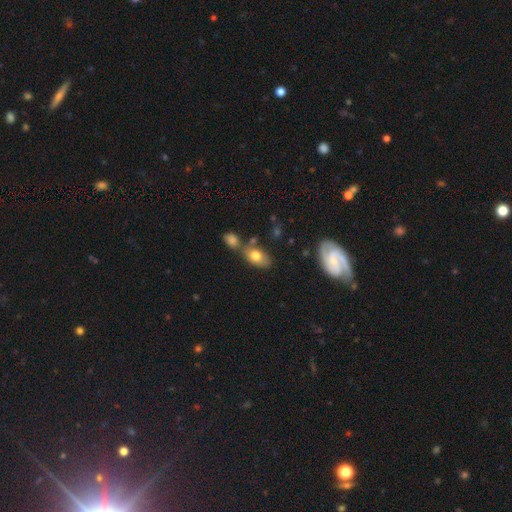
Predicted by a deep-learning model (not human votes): smooth_or_featured: smooth (p=0.74) [alt: featured or disk p=0.17]
how_rounded: in between (p=0.89) [alt: round p=0.07]
merging: none (p=0.52) [alt: merger p=0.27]